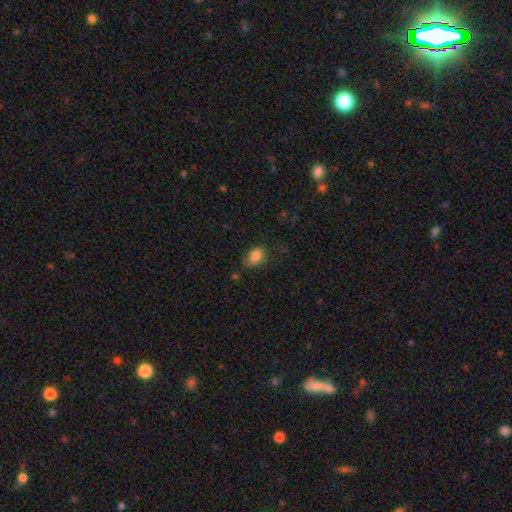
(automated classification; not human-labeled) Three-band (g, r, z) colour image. It shows a smooth galaxy with no disk features (84%) that is in between round and cigar-shaped (71%). Merging: none (59%).